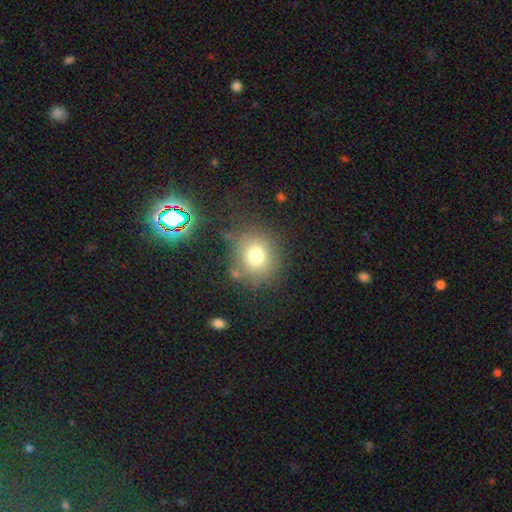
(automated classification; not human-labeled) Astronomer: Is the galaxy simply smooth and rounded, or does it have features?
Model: smooth — 74%.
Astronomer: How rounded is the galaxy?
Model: round — 83%.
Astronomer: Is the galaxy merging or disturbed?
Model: none — 75%.